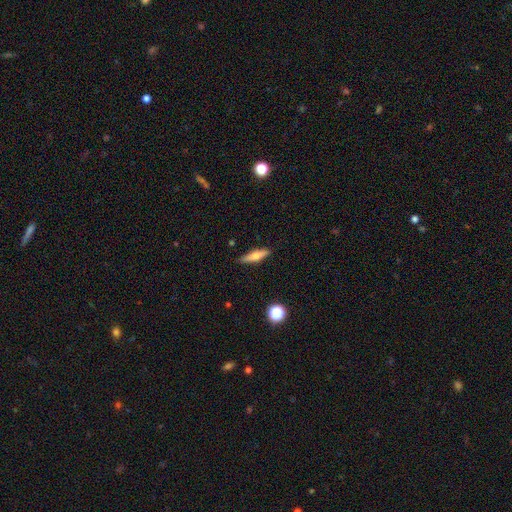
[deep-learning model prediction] This is possibly a smooth galaxy (52%). How rounded: likely cigar-shaped (73%). Merging: clearly none (88%).